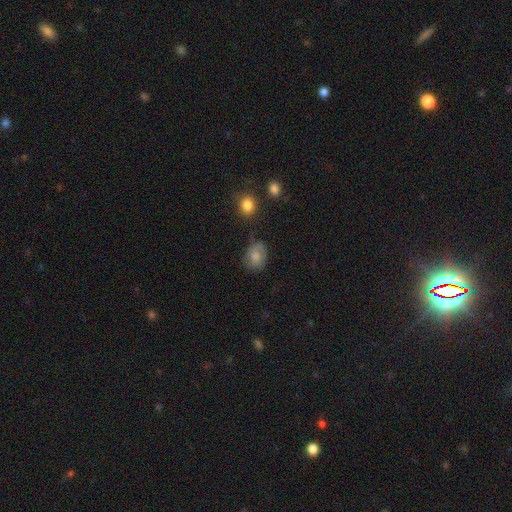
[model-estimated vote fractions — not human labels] Smooth or featured?
  - smooth: 72% *
  - featured or disk: 20%
  - star or artifact: 9%
How rounded?
  - in between: 54% *
  - round: 45%
  - cigar-shaped: 1%
Merging?
  - none: 60% *
  - minor disturbance: 28%
  - major disturbance: 9%
  - merger: 4%